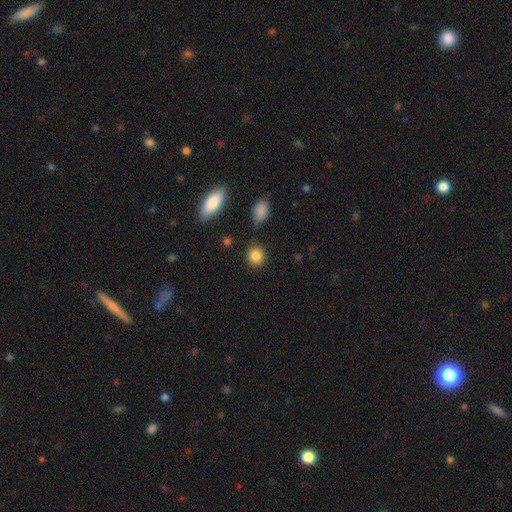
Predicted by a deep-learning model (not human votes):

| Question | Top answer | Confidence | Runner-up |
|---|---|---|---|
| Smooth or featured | smooth | 85% | star or artifact (9%) |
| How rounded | round | 85% | in between (13%) |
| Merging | none | 81% | minor disturbance (11%) |